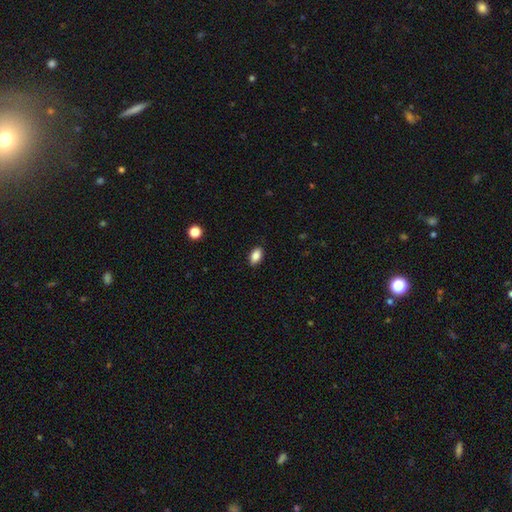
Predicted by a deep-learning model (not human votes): Overall: smooth (86%). How rounded: in between (91%). Merging: none (88%).